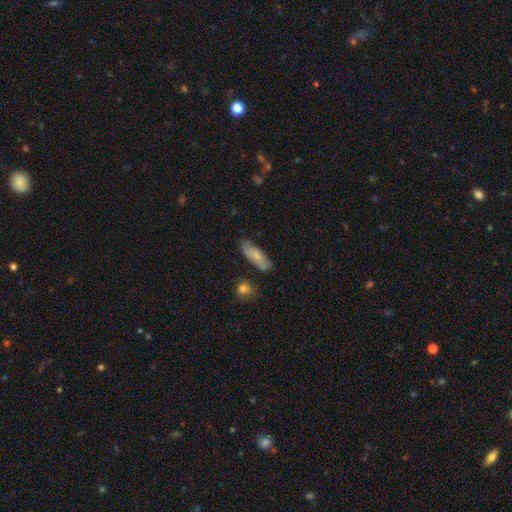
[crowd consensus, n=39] Smooth or featured: smooth — 67% (featured or disk — 26%)
How rounded: in between — 77% (cigar-shaped — 23%)
Merging: none — 67% (minor disturbance — 22%)